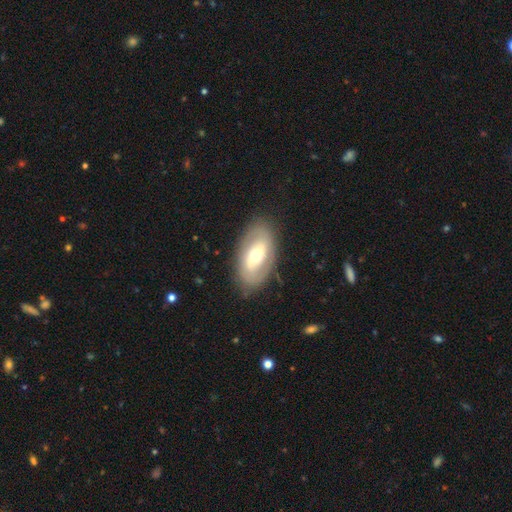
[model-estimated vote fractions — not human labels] A featured or disk galaxy (56%) with no bar (49%), no spiral arms (52%) and a moderate central bulge (65%). Merging: none (81%).